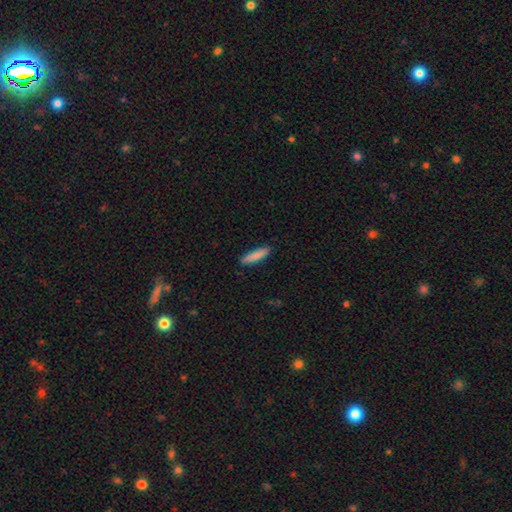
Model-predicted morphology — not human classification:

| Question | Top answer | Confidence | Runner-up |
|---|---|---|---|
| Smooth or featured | smooth | 84% | featured or disk (10%) |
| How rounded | cigar-shaped | 77% | in between (22%) |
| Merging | none | 88% | minor disturbance (9%) |